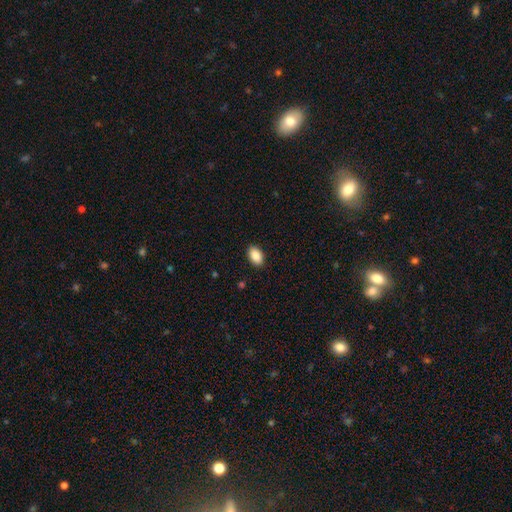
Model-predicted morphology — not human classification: smooth_or_featured: smooth (p=0.90) [alt: star or artifact p=0.07]
how_rounded: in between (p=0.92) [alt: round p=0.06]
merging: none (p=0.90) [alt: minor disturbance p=0.08]